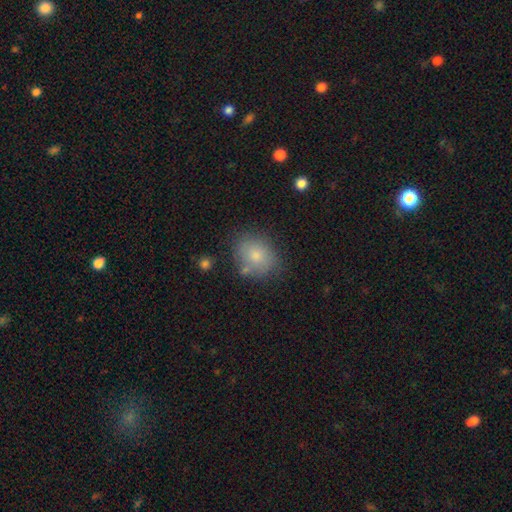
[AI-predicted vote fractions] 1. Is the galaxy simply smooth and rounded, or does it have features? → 78% smooth, 12% featured or disk, 9% star or artifact.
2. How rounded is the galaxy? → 60% round, 39% in between, 1% cigar-shaped.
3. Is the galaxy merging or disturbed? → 70% none, 18% minor disturbance, 7% merger, 5% major disturbance.